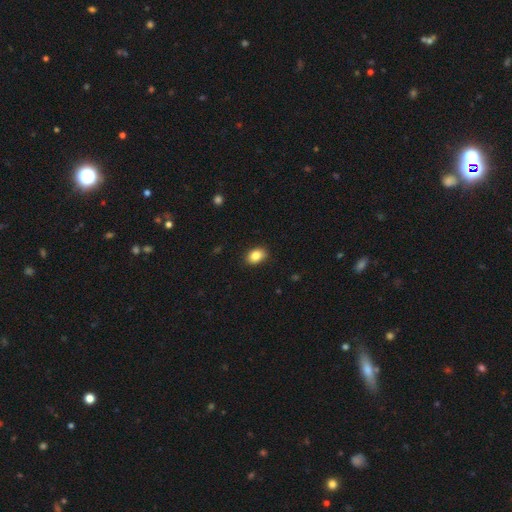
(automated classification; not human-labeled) A smooth galaxy with no disk features (86%) that is in between round and cigar-shaped (78%). Merging: none (86%).